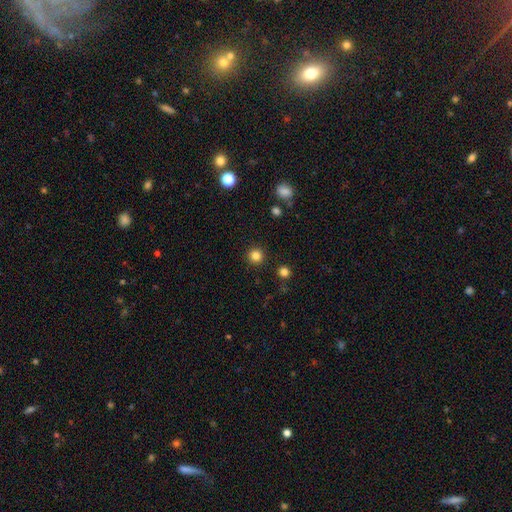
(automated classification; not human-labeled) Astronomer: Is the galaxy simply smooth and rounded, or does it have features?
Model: smooth — 83%.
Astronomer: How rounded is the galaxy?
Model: round — 94%.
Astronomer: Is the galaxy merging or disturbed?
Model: none — 91%.